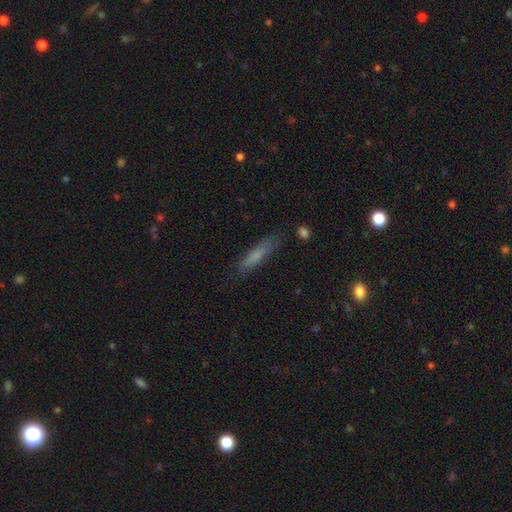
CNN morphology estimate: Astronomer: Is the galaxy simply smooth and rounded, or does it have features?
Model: smooth — 71%.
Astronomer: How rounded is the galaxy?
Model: cigar-shaped — 86%.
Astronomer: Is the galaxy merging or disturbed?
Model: none — 81%.